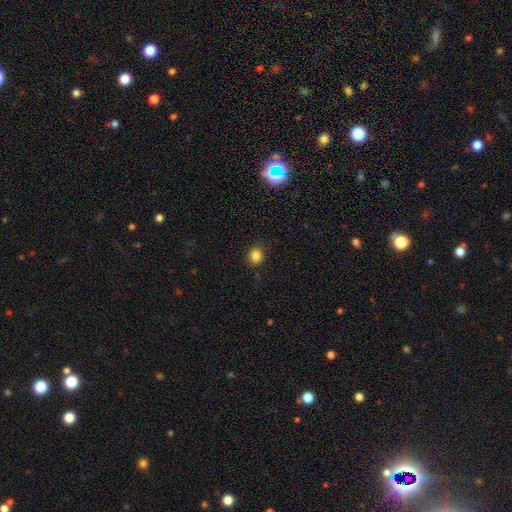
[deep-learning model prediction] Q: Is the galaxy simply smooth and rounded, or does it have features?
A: smooth — 84%.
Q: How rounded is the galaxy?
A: round — 73%.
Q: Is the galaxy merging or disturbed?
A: none — 87%.